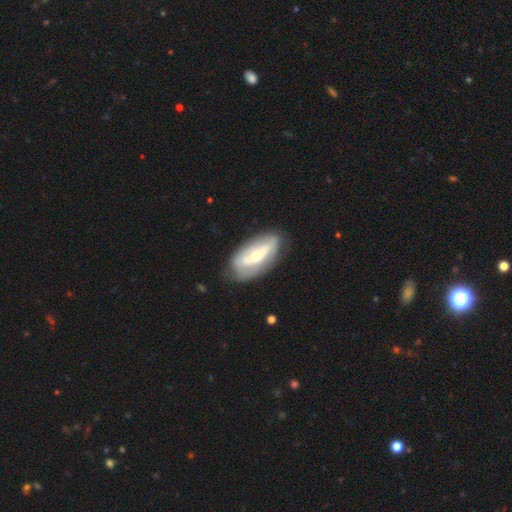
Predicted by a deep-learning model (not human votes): Overall: featured or disk (66%; smooth 29%). Edge-on disk: no (87%). Bar: no (42%; strong 30%). Spiral arms: yes (52%; no 48%). Bulge size: moderate (56%; small 38%). Merging: none (72%).